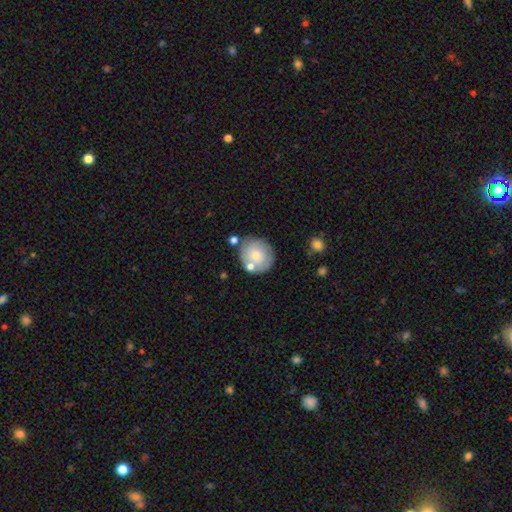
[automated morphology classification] Q: Smooth or featured?
A: smooth (68%); runner-up: featured or disk (24%)
Q: How rounded?
A: round (86%); runner-up: in between (13%)
Q: Merging?
A: none (70%); runner-up: minor disturbance (14%)